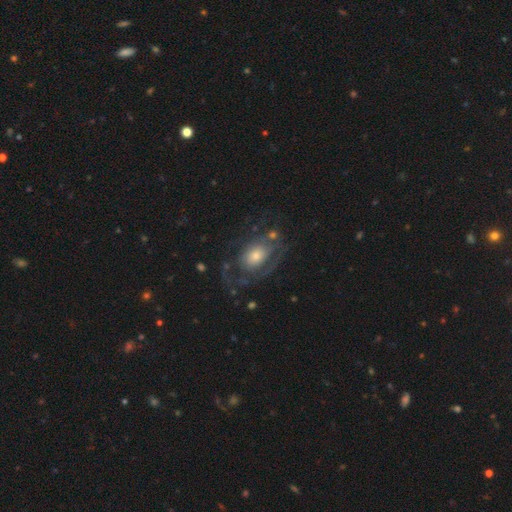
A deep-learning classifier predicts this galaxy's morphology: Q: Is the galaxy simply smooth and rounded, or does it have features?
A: featured or disk — 67%.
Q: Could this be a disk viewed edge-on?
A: no — 95%.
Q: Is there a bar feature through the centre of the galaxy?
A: no — 77%.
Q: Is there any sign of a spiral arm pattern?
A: yes — 67%.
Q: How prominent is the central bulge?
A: moderate — 46%.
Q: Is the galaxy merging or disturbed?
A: none — 54%.